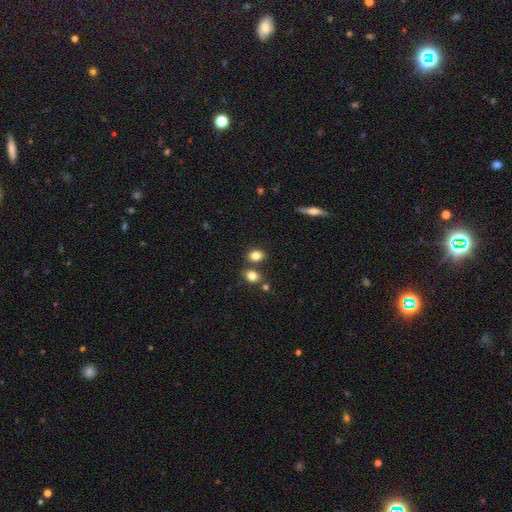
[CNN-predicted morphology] Overall: smooth (82%). How rounded: in between (72%). Merging: none (68%).